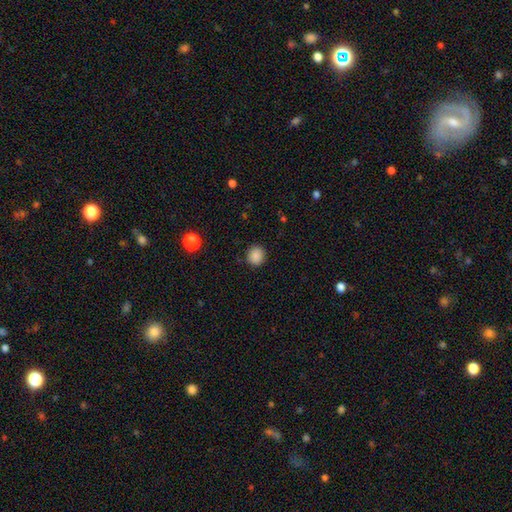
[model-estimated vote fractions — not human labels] Morphology: type=smooth (87%); roundness=round (86%); merging=none (89%).